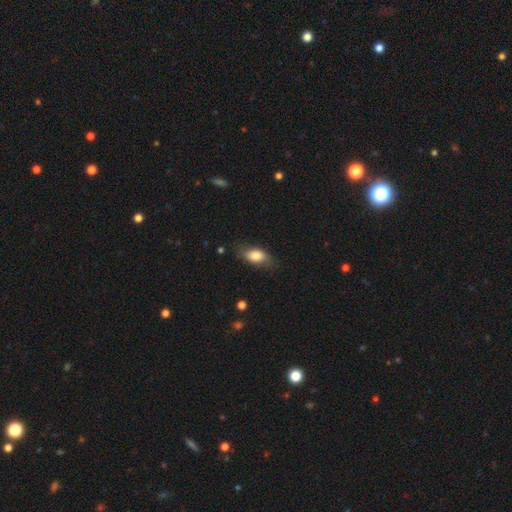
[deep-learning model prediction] Morphology: type=smooth (77%); roundness=in between (85%); merging=none (73%).